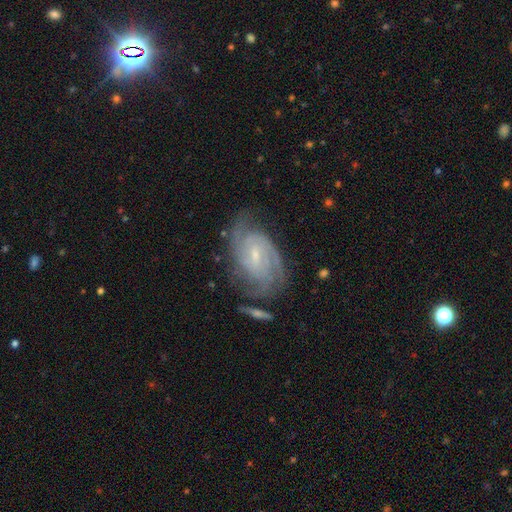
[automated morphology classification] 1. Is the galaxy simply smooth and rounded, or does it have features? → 86% featured or disk, 8% smooth, 6% star or artifact.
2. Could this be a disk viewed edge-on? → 97% no, 3% yes.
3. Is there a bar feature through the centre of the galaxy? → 56% weak, 29% no, 15% strong.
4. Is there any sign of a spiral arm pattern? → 97% yes, 3% no.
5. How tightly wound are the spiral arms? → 61% tight, 33% medium, 6% loose.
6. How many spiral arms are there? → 38% 2, 23% 3, 21% can't tell, 9% 4, 5% 1, 5% more than 4.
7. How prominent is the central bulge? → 66% small, 27% moderate, 5% none, 2% large, 1% dominant.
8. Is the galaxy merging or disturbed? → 68% none, 19% minor disturbance, 8% major disturbance, 5% merger.